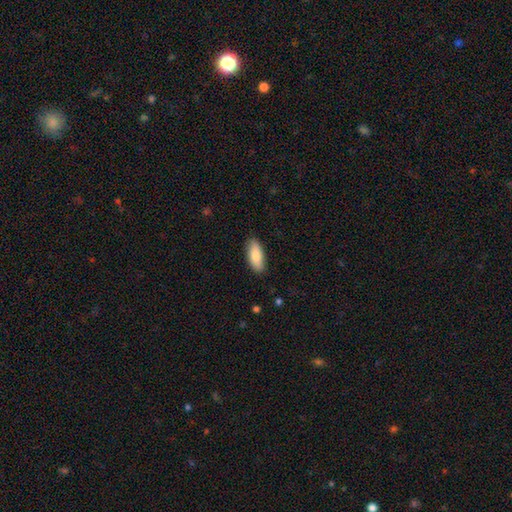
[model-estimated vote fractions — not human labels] The model was most divided on "how rounded": in between: 79%, cigar-shaped: 19%, round: 2%. More confident: merging — none (88%); smooth or featured — smooth (85%).